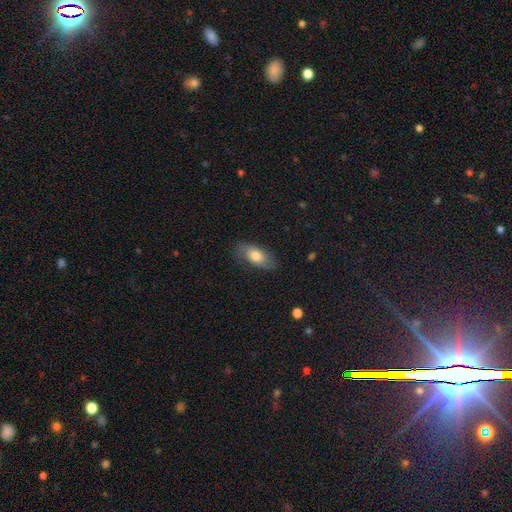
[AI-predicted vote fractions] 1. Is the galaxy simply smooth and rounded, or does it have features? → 62% smooth, 32% featured or disk, 7% star or artifact.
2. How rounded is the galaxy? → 88% in between, 7% cigar-shaped, 5% round.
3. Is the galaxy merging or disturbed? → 75% none, 18% minor disturbance, 6% major disturbance, 1% merger.